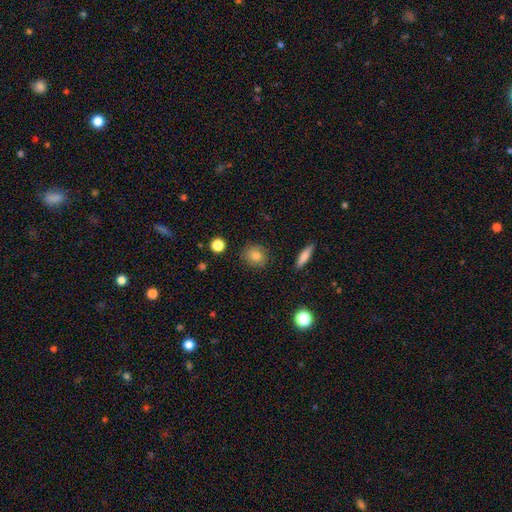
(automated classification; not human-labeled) Smooth or featured?
  - smooth: 80% *
  - featured or disk: 11%
  - star or artifact: 9%
How rounded?
  - round: 78% *
  - in between: 20%
  - cigar-shaped: 2%
Merging?
  - none: 85% *
  - minor disturbance: 10%
  - major disturbance: 3%
  - merger: 2%